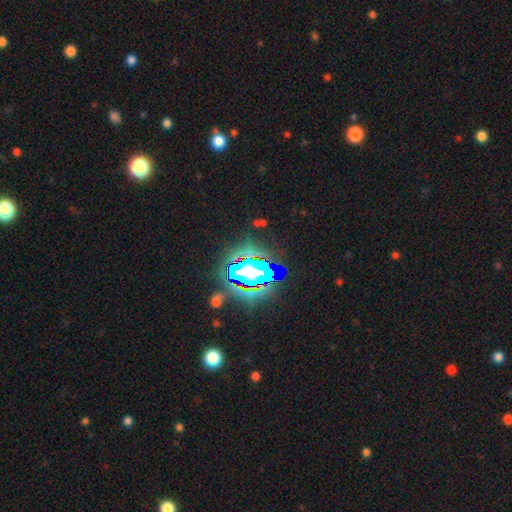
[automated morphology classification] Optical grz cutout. It shows a star or artifact, not a galaxy (80%).